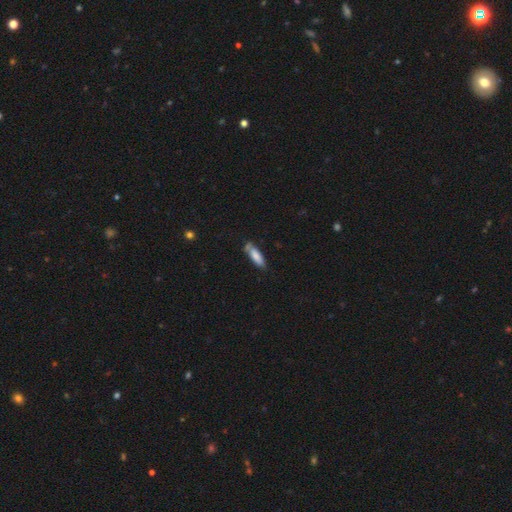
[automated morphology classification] A smooth galaxy with no disk features (79%) that is in between round and cigar-shaped (50%). Merging: none (62%).